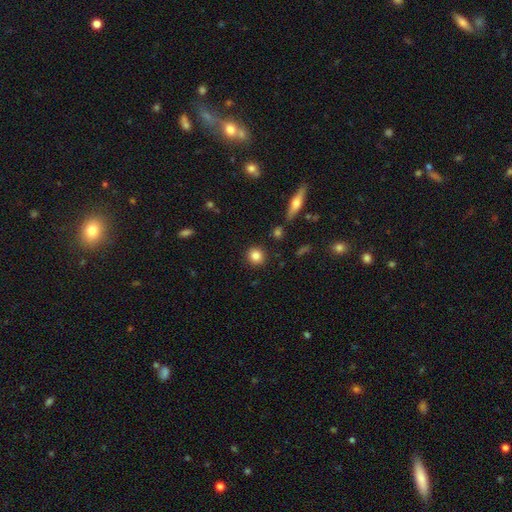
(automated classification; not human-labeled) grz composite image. It shows a smooth galaxy with no disk features (84%) that is round (86%). Merging: none (89%).